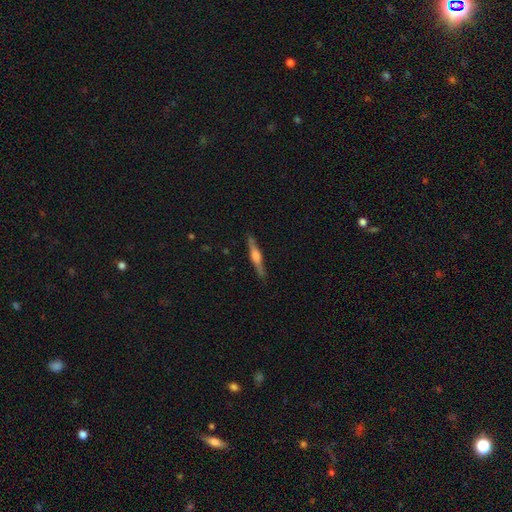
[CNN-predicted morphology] Smooth or featured? Predicted: featured or disk (p=0.71). Edge-on disk? Predicted: yes (p=0.98). Edge-on bulge? Predicted: rounded (p=0.75). Merging? Predicted: none (p=0.90).